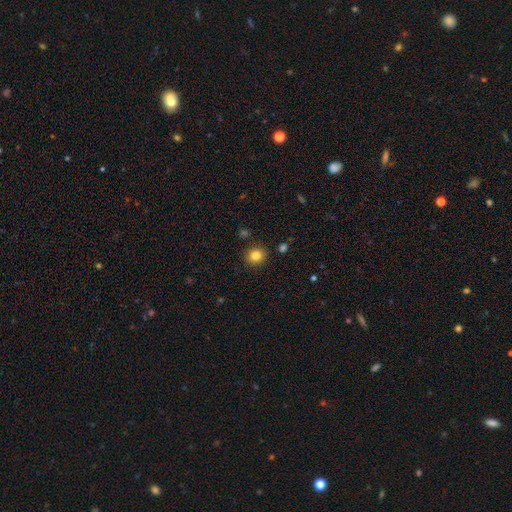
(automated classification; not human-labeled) Smooth or featured: smooth — 82% (star or artifact — 11%)
How rounded: round — 84% (in between — 15%)
Merging: none — 89% (minor disturbance — 7%)